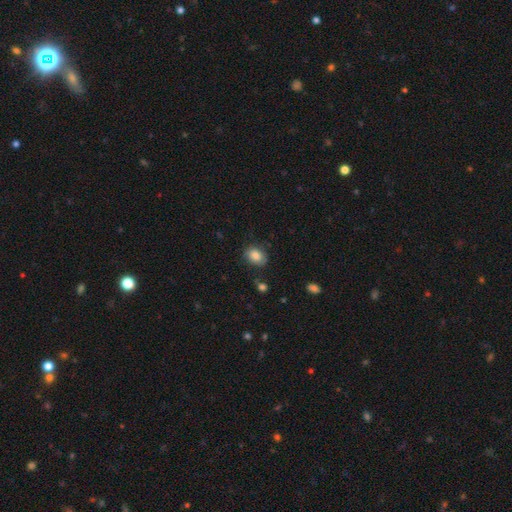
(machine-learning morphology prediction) The model was most divided on "how rounded": in between: 69%, round: 30%, cigar-shaped: 1%. More confident: smooth or featured — smooth (83%); merging — none (80%).